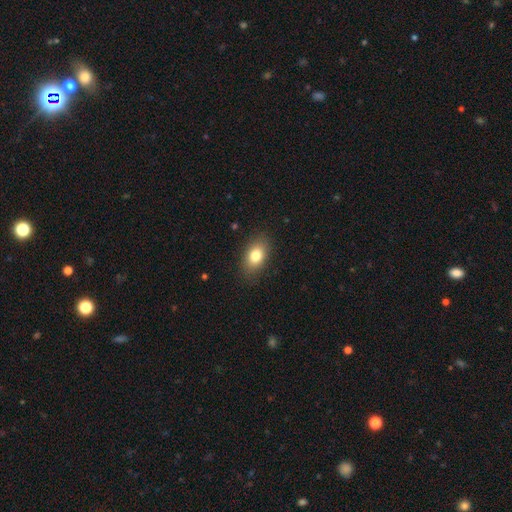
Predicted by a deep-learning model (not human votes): A smooth galaxy with no disk features (80%) that is in between round and cigar-shaped (84%). Merging: none (86%).